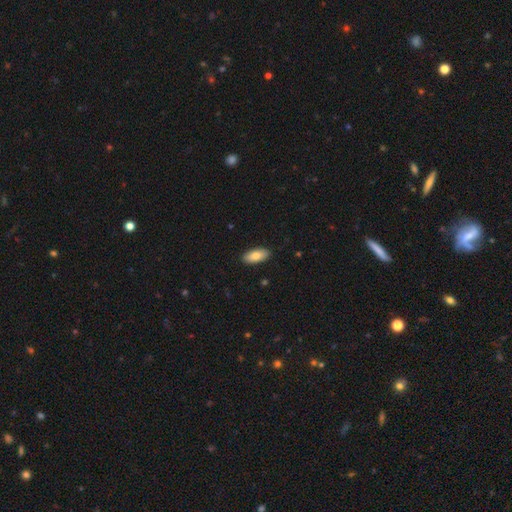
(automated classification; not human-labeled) A smooth galaxy with no disk features (81%) that is in between round and cigar-shaped (89%). Merging: none (89%).